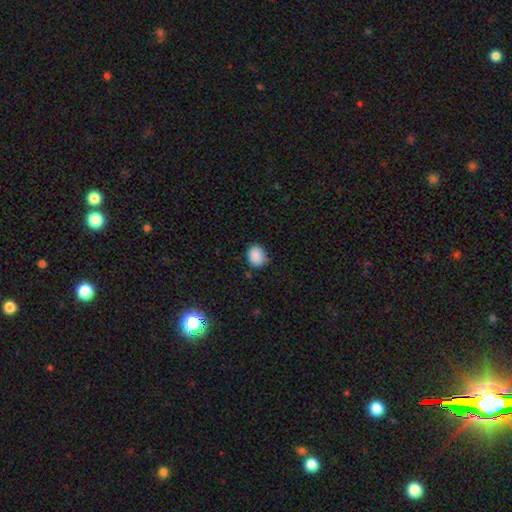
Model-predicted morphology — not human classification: smooth 88%, star or artifact 9%, featured or disk 4%. Down the decision tree: how rounded — round (54%); merging — none (69%).